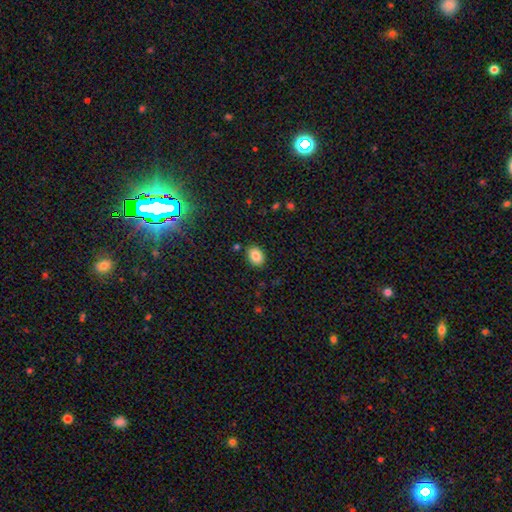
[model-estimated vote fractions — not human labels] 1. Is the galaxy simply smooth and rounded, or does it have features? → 85% smooth, 9% star or artifact, 6% featured or disk.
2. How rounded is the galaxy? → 68% in between, 31% round, 1% cigar-shaped.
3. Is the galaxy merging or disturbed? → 86% none, 9% minor disturbance, 2% merger, 2% major disturbance.